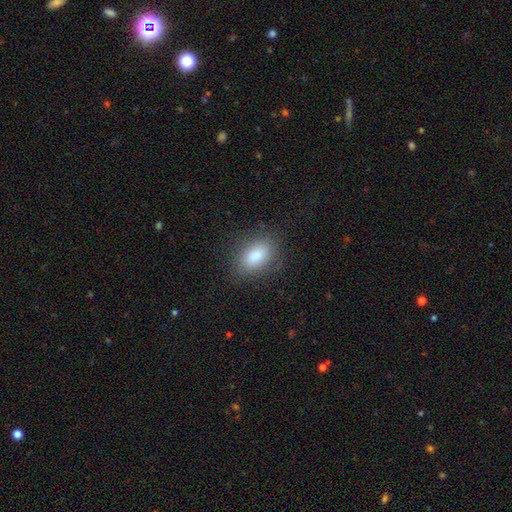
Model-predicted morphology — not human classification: The model was most divided on "merging": none: 83%, minor disturbance: 12%, major disturbance: 4%, merger: 1%. More confident: how rounded — in between (89%); smooth or featured — smooth (84%).